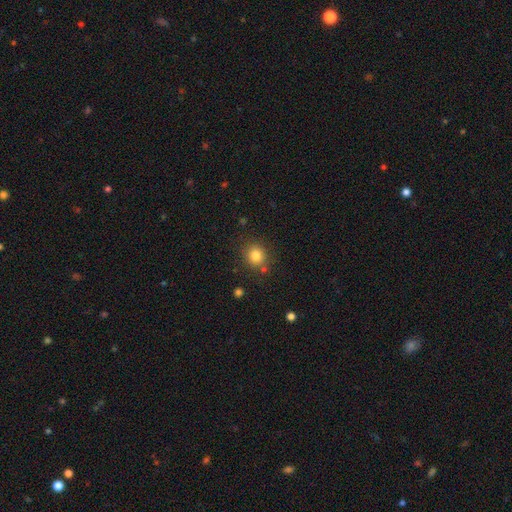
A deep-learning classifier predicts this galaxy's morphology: This appears to be a smooth galaxy with no disk features (81%) that is round (82%). Merging: none (82%).